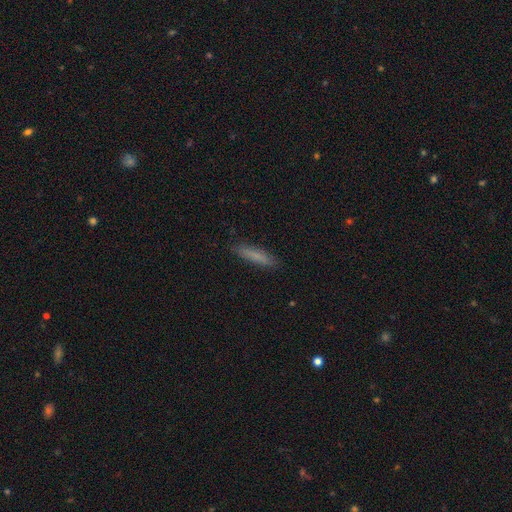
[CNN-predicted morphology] Smooth or featured? Predicted: smooth (p=0.79). How rounded? Predicted: cigar-shaped (p=0.86). Merging? Predicted: none (p=0.88).